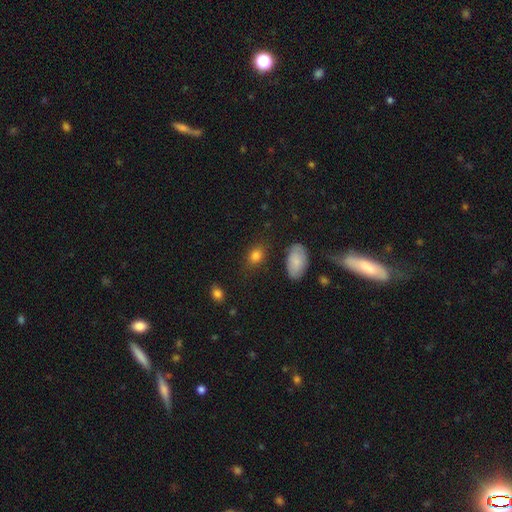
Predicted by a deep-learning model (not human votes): smooth-or-featured: smooth: 83% | star or artifact: 10% | featured or disk: 7%
  how-rounded: in between: 69% | round: 29% | cigar-shaped: 2%
  merging: none: 78% | minor disturbance: 14% | major disturbance: 4% | merger: 3%